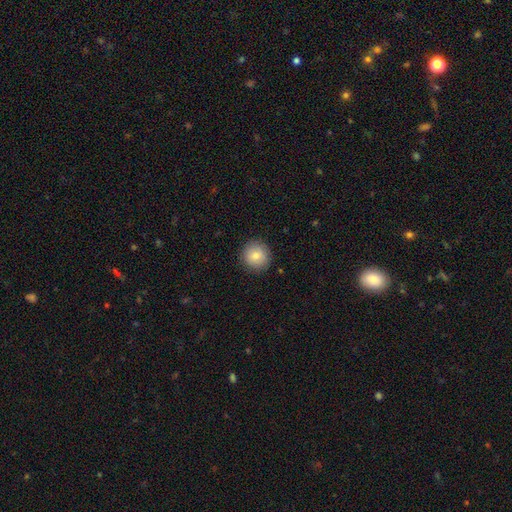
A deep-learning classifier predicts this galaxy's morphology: smooth 82%, featured or disk 9%, star or artifact 9%. Down the decision tree: how rounded — round (93%); merging — none (90%).